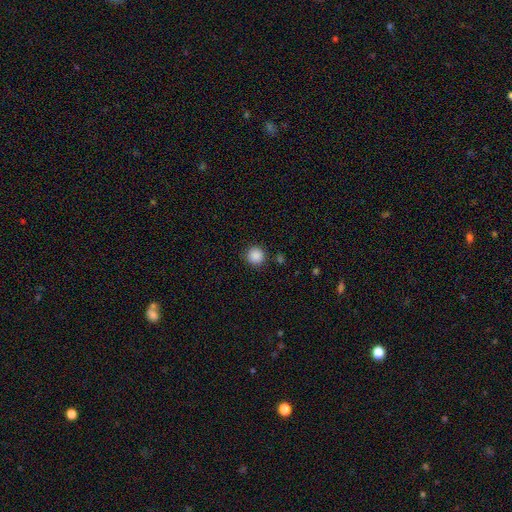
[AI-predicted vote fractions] This is clearly a smooth galaxy (88%). How rounded: clearly round (95%). Merging: clearly none (89%).